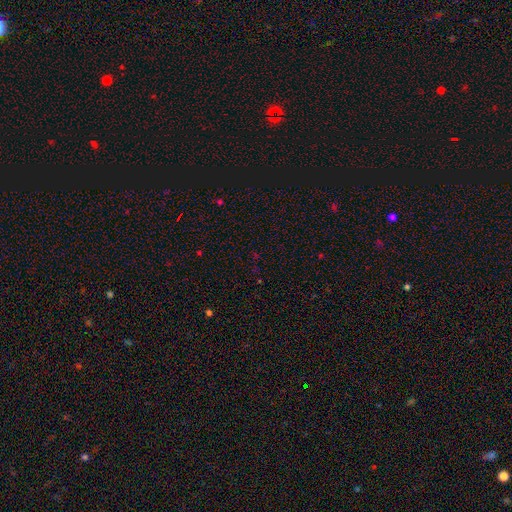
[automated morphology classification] type=star or artifact (66%).